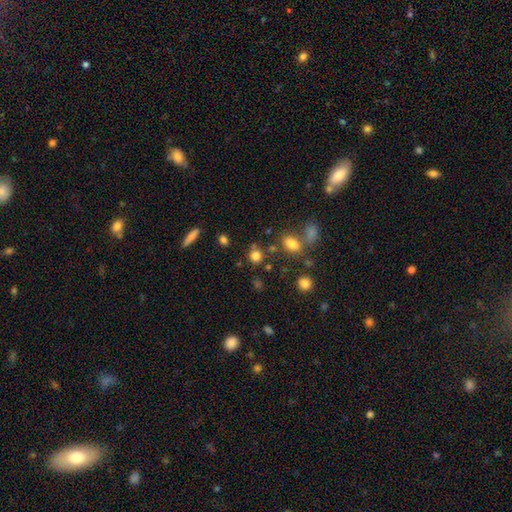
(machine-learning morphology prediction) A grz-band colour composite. It shows a smooth galaxy with no disk features (79%) that is round (78%). Merging: none (71%).